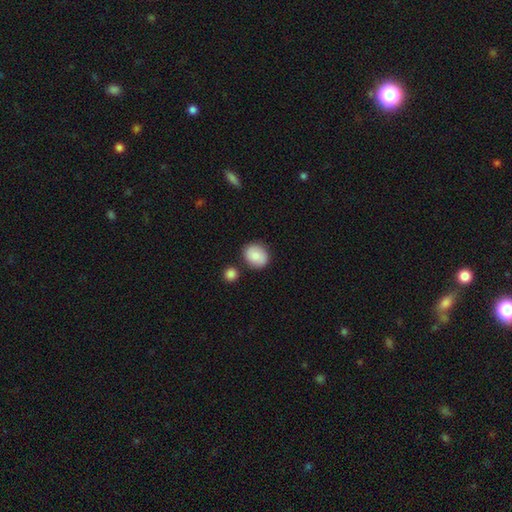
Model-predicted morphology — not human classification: Overall: smooth (84%). How rounded: round (62%; in between 37%). Merging: none (80%).